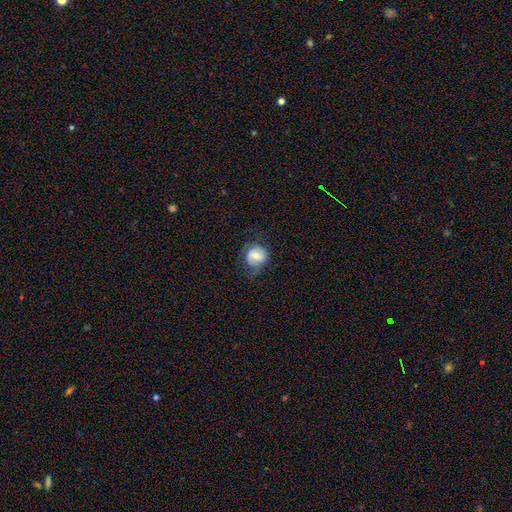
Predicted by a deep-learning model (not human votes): smooth 60%, featured or disk 31%, star or artifact 9%. Down the decision tree: how rounded — round (75%); merging — none (60%).